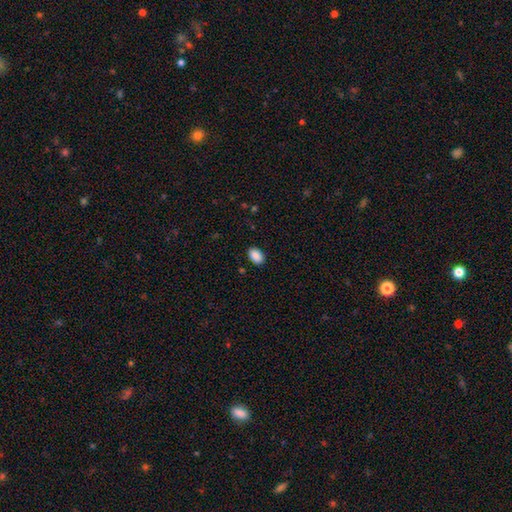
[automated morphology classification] Q: Smooth or featured?
A: smooth (90%); runner-up: star or artifact (7%)
Q: How rounded?
A: in between (88%); runner-up: round (11%)
Q: Merging?
A: none (88%); runner-up: minor disturbance (8%)